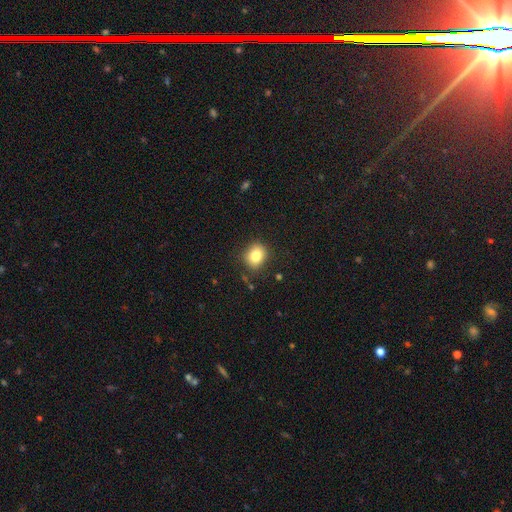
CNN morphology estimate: Smooth or featured: smooth — 82% (star or artifact — 10%)
How rounded: round — 64% (in between — 35%)
Merging: none — 83% (minor disturbance — 12%)